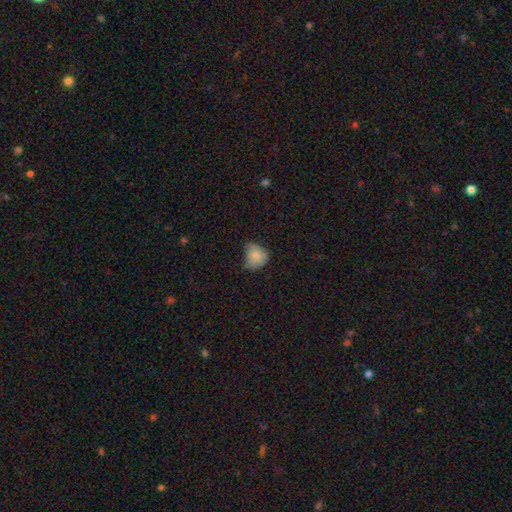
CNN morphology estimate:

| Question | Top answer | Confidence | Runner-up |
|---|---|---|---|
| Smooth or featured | smooth | 77% | featured or disk (15%) |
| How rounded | round | 57% | in between (42%) |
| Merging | minor disturbance | 48% | none (31%) |